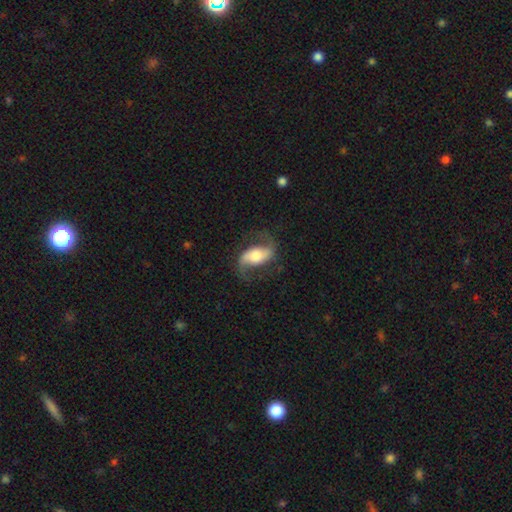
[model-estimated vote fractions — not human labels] The model was most divided on "bar": strong: 34%, no: 33%, weak: 33%. More confident: edge-on disk — no (95%); spiral arms — yes (94%); spiral arm count — 2 (92%); smooth or featured — featured or disk (80%); merging — none (72%); spiral winding — loose (61%); bulge size — moderate (52%).